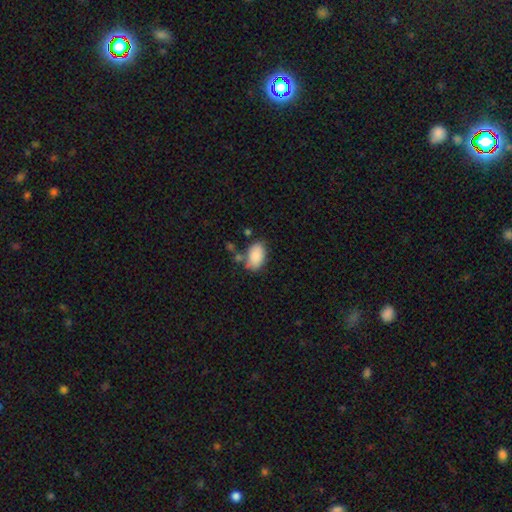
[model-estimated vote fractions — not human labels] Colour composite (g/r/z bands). It shows a smooth galaxy with no disk features (88%) that is in between round and cigar-shaped (92%). Merging: none (67%).